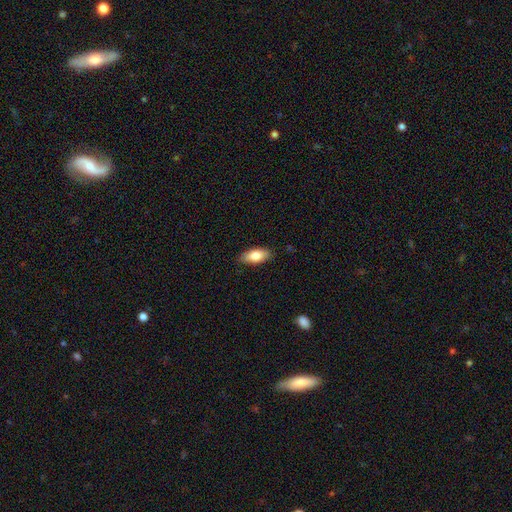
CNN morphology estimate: Smooth or featured? smooth (80%)
How rounded? in between (85%)
Merging? none (86%)